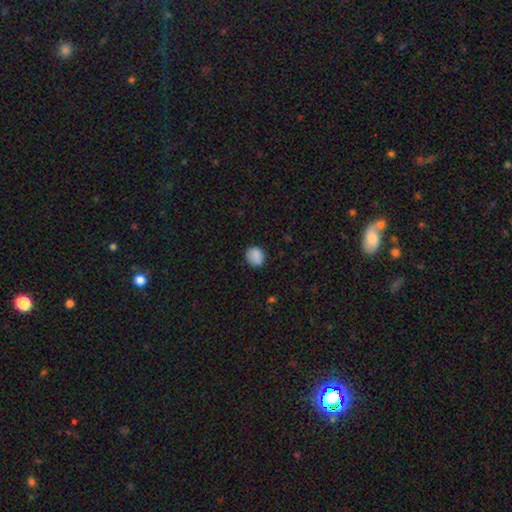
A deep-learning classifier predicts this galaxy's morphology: Smooth or featured? smooth (86%)
How rounded? round (63%)
Merging? none (79%)